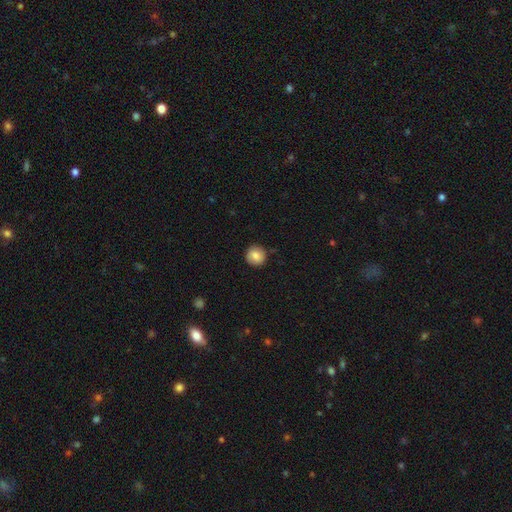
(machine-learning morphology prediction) Smooth or featured? Predicted: smooth (p=0.84). How rounded? Predicted: round (p=0.91). Merging? Predicted: none (p=0.87).